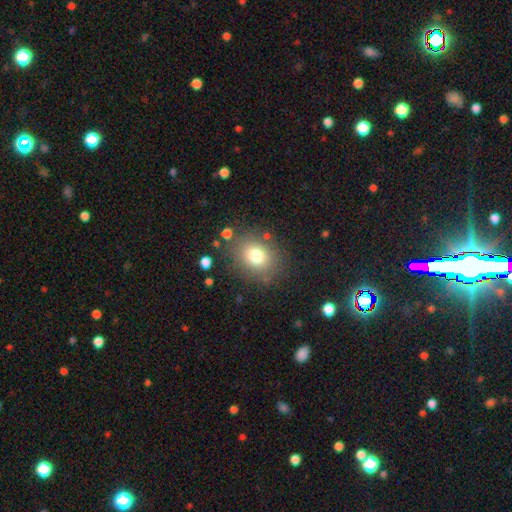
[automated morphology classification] Smooth or featured? smooth (76%)
How rounded? round (65%)
Merging? none (80%)